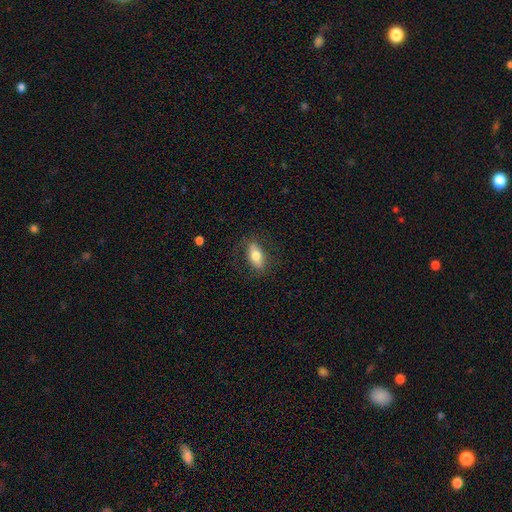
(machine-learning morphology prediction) The model was most divided on "smooth or featured": smooth: 68%, featured or disk: 25%, star or artifact: 7%. More confident: how rounded — in between (85%); merging — none (80%).